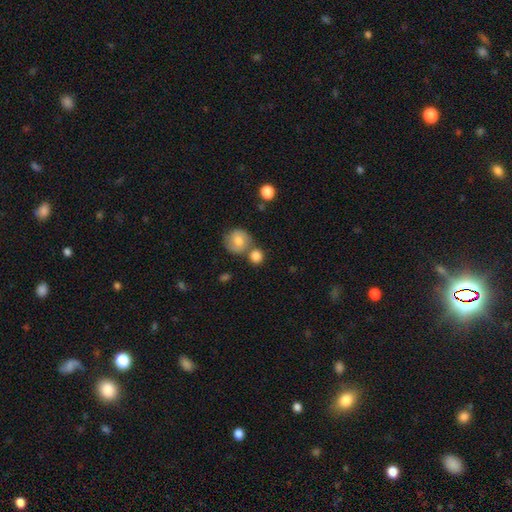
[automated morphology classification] smooth-or-featured: smooth: 82% | featured or disk: 10% | star or artifact: 8%
  how-rounded: round: 85% | in between: 14% | cigar-shaped: 1%
  merging: none: 56% | merger: 31% | minor disturbance: 10% | major disturbance: 4%